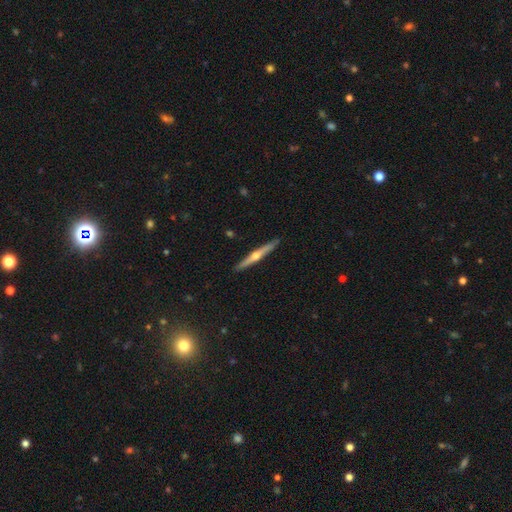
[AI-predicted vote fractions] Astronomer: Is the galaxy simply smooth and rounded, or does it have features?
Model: featured or disk — 72%.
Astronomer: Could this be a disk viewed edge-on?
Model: yes — 98%.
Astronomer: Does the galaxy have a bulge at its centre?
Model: rounded — 91%.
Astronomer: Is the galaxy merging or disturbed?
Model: none — 91%.